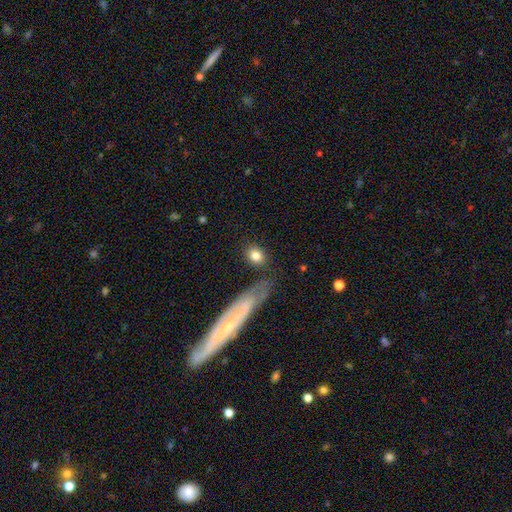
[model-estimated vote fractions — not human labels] The model was most divided on "how rounded": round: 50%, in between: 46%, cigar-shaped: 4%. More confident: smooth or featured — smooth (82%); merging — none (79%).